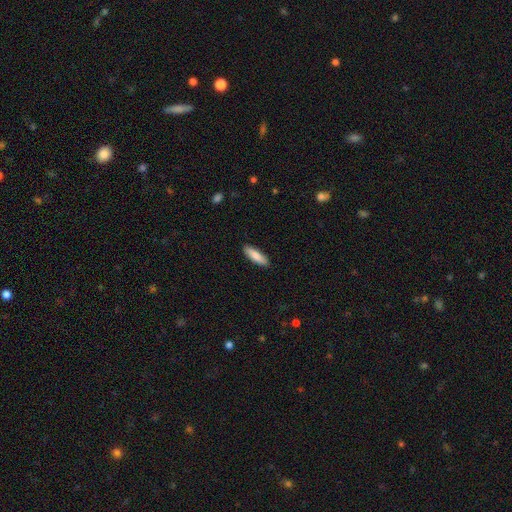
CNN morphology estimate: Smooth or featured?
  - smooth: 85% *
  - featured or disk: 10%
  - star or artifact: 5%
How rounded?
  - cigar-shaped: 56% *
  - in between: 43%
  - round: 1%
Merging?
  - none: 89% *
  - minor disturbance: 8%
  - major disturbance: 2%
  - merger: 1%